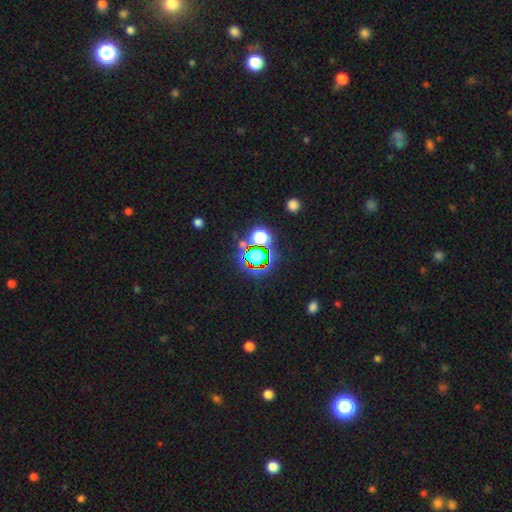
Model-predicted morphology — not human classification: type=star or artifact (64%).